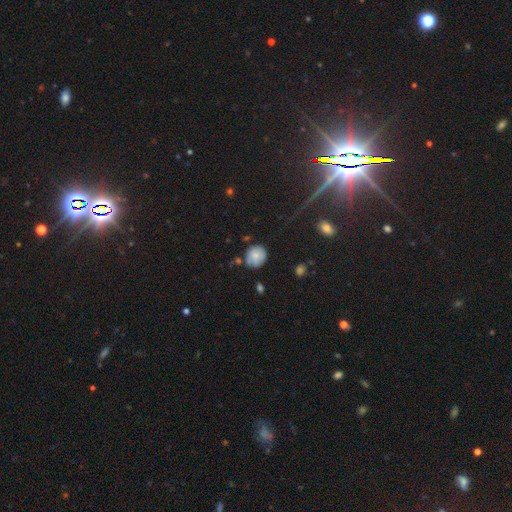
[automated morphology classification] smooth_or_featured: smooth (p=0.74) [alt: featured or disk p=0.17]
how_rounded: round (p=0.80) [alt: in between p=0.19]
merging: none (p=0.61) [alt: minor disturbance p=0.26]